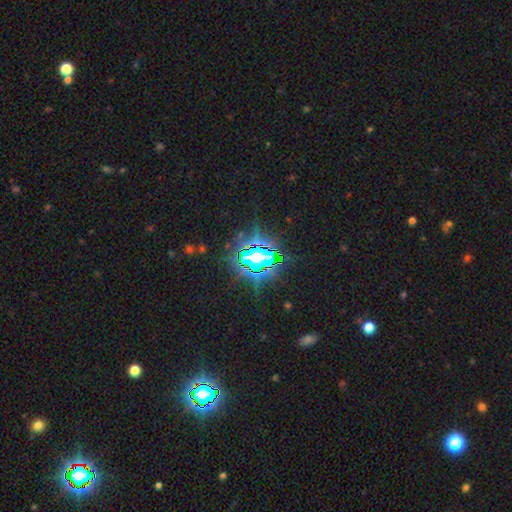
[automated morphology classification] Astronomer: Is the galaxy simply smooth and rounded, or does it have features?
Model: star or artifact — 77%.